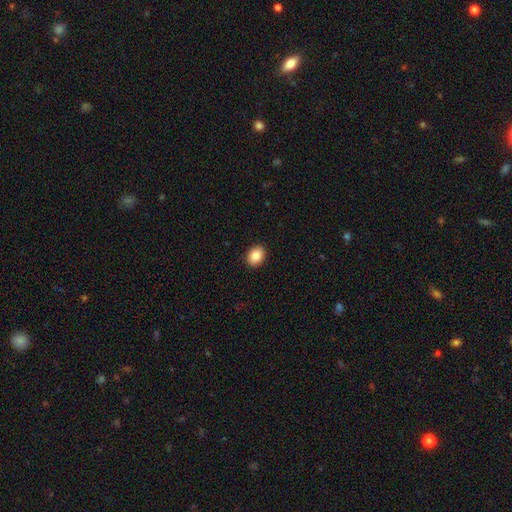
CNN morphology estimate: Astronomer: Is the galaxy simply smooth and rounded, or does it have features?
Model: smooth — 85%.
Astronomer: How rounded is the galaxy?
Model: in between — 56% (runner-up: round, 43%).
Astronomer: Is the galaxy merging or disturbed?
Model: none — 91%.